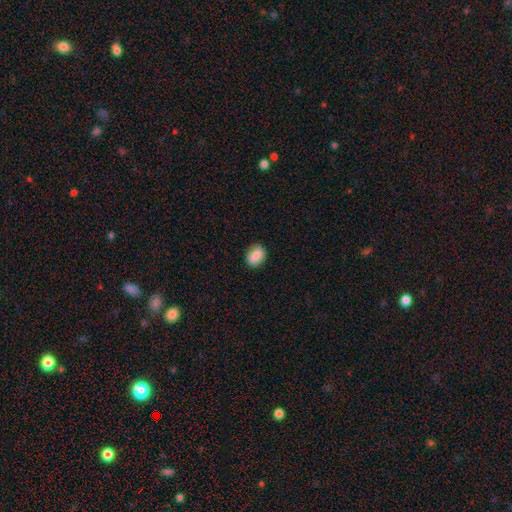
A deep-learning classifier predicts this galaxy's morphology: Smooth or featured? Predicted: smooth (p=0.84). How rounded? Predicted: in between (p=0.67). Merging? Predicted: none (p=0.85).